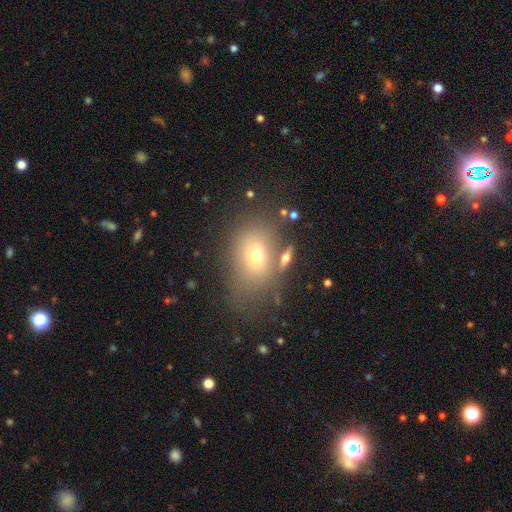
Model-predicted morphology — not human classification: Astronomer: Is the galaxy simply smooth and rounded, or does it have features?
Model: smooth — 65%.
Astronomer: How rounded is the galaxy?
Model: in between — 68%.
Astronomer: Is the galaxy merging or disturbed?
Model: none — 60%.